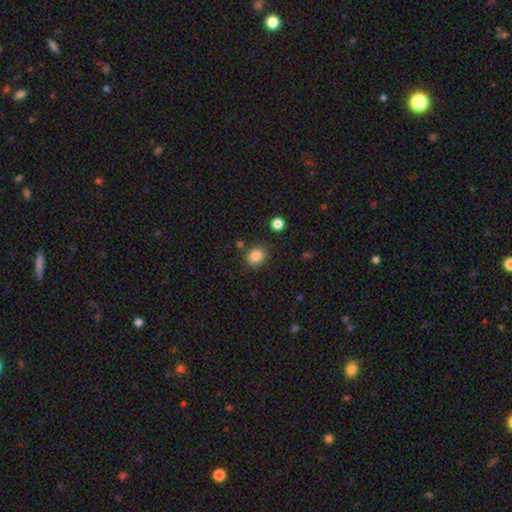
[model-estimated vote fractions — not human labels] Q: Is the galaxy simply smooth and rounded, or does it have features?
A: smooth — 85%.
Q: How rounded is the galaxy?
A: round — 63%.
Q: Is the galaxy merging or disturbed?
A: none — 82%.